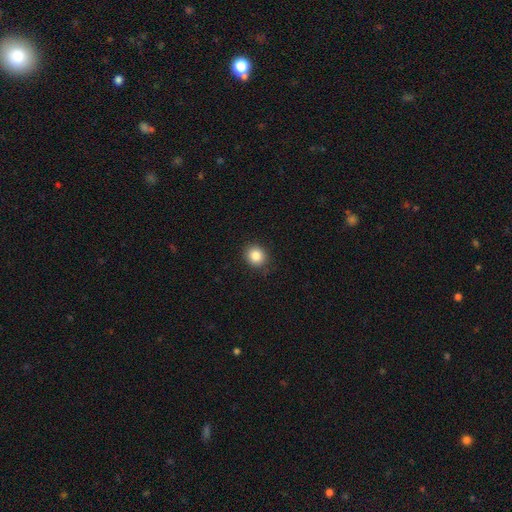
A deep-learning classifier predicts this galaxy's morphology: Smooth or featured? Predicted: smooth (p=0.85). How rounded? Predicted: round (p=0.78). Merging? Predicted: none (p=0.88).